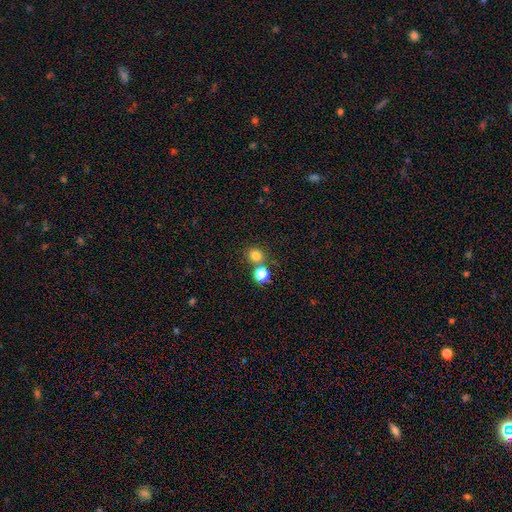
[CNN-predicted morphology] Overall: smooth (79%). How rounded: round (86%). Merging: none (68%).